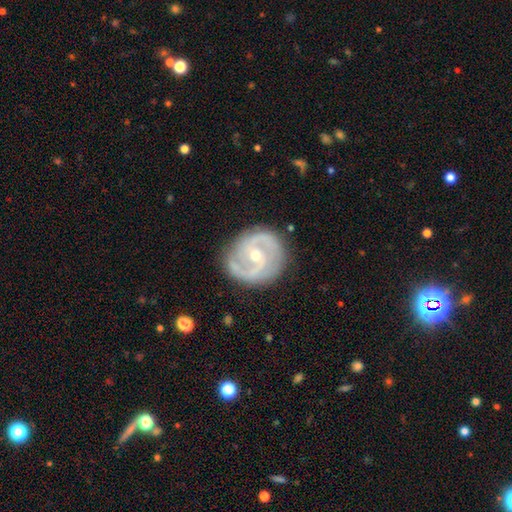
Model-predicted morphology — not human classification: Smooth or featured: featured or disk — 89% (smooth — 6%)
Edge-on disk: no — 98% (yes — 2%)
Bar: no — 44% (weak — 42%)
Spiral arms: yes — 97% (no — 3%)
Spiral winding: medium — 52% (tight — 36%)
Spiral arm count: 2 — 88% (can't tell — 4%)
Bulge size: moderate — 49% (tied with small — 49%)
Merging: none — 83% (minor disturbance — 12%)